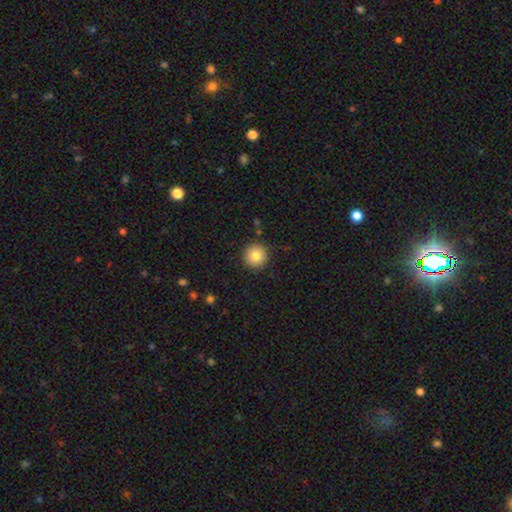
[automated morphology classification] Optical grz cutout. It shows a smooth galaxy with no disk features (83%) that is round (95%). Merging: none (90%).